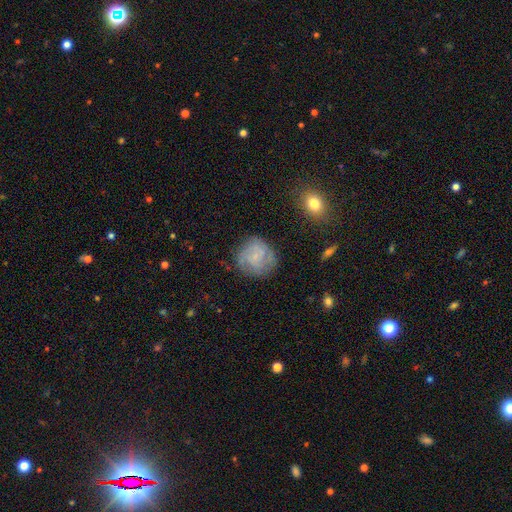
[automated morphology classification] Smooth or featured? featured or disk (58%)
Edge-on disk? no (98%)
Bar? no (68%)
Spiral arms? yes (83%)
Bulge size? small (58%)
Merging? none (71%)